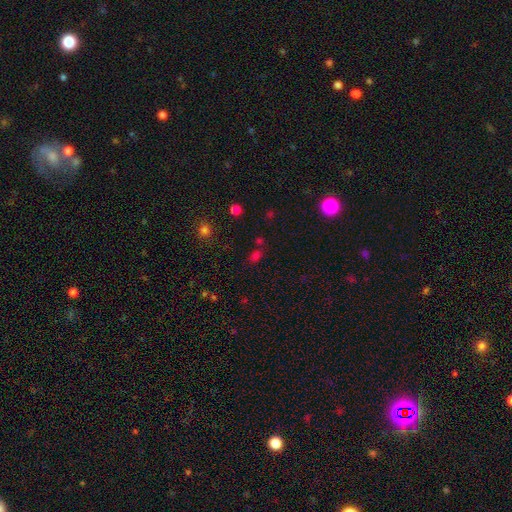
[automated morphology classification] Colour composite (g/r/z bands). It shows a smooth galaxy with no disk features (58%) that is in between round and cigar-shaped (73%). Merging: none (69%).